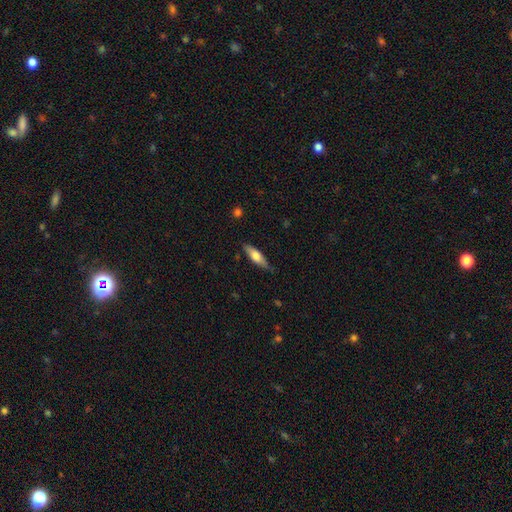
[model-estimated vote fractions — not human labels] This is likely a smooth galaxy (64%). How rounded: possibly cigar-shaped (54%). Merging: likely none (78%).